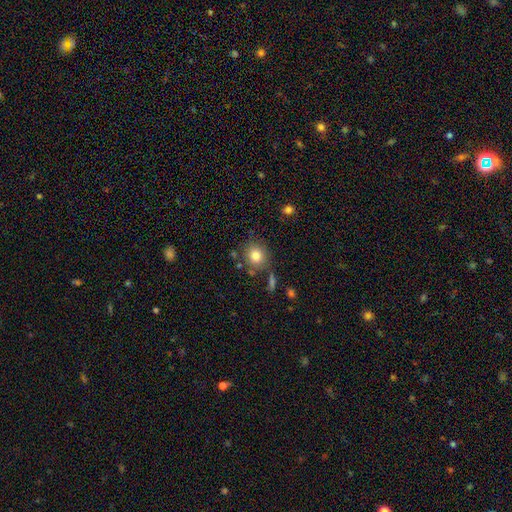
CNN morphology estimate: Q: Smooth or featured?
A: smooth (80%); runner-up: star or artifact (11%)
Q: How rounded?
A: round (85%); runner-up: in between (14%)
Q: Merging?
A: none (79%); runner-up: minor disturbance (11%)